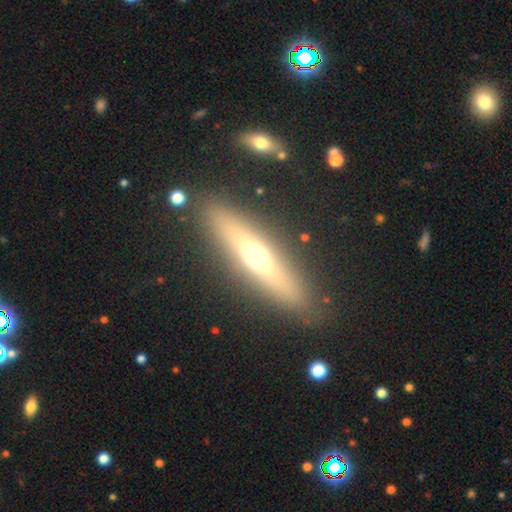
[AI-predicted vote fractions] The model was most divided on "smooth or featured": featured or disk: 48%, smooth: 42%, star or artifact: 10%. More confident: merging — none (87%).